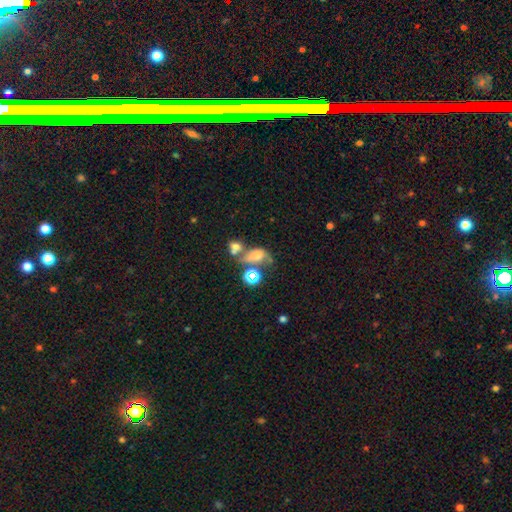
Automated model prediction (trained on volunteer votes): Q: Smooth or featured?
A: smooth (54%); runner-up: featured or disk (26%)
Q: How rounded?
A: in between (71%); runner-up: round (26%)
Q: Merging?
A: merger (48%); runner-up: major disturbance (22%)